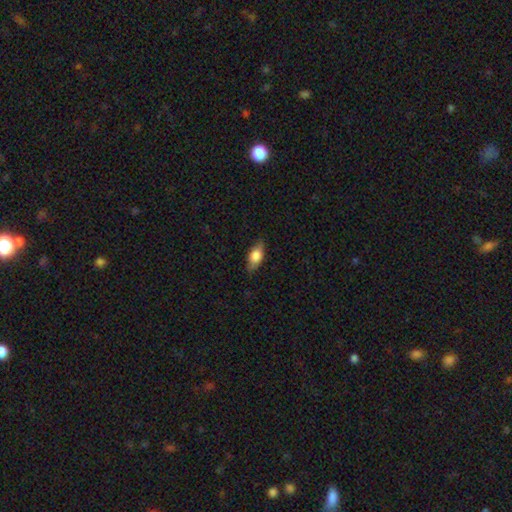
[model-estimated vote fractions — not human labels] This is likely a smooth galaxy (70%). How rounded: clearly in between (81%). Merging: clearly none (83%).